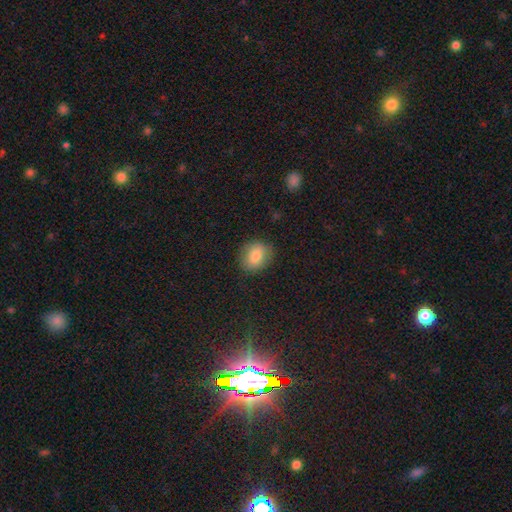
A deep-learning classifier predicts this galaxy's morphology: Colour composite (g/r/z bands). It shows a smooth galaxy with no disk features (81%) that is round (56%). Merging: none (84%).